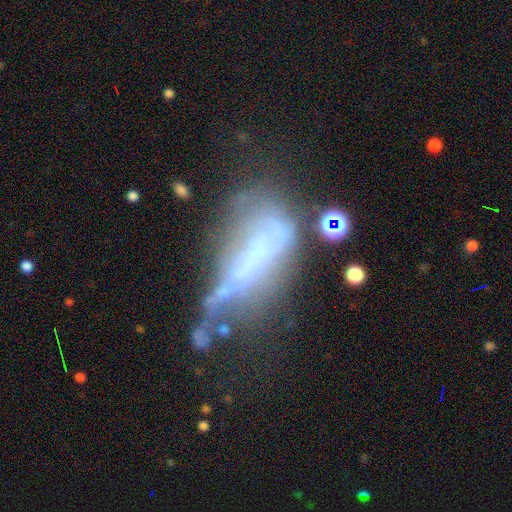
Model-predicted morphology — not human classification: Smooth or featured?
  - featured or disk: 57% *
  - smooth: 28%
  - star or artifact: 15%
Edge-on disk?
  - no: 82% *
  - yes: 18%
Merging?
  - major disturbance: 42% *
  - none: 20%
  - minor disturbance: 19%
  - merger: 19%